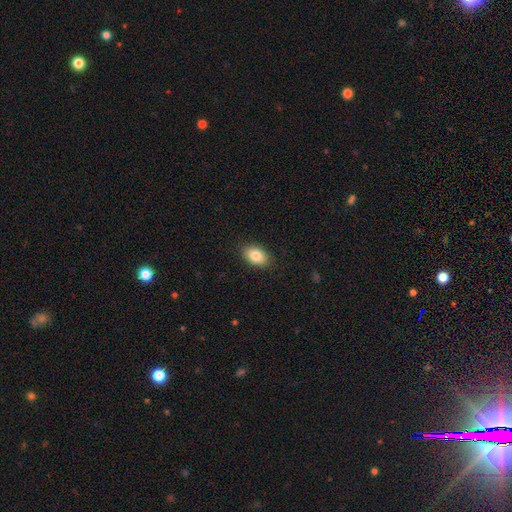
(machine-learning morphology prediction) Smooth or featured? Predicted: smooth (p=0.84). How rounded? Predicted: in between (p=0.89). Merging? Predicted: none (p=0.88).